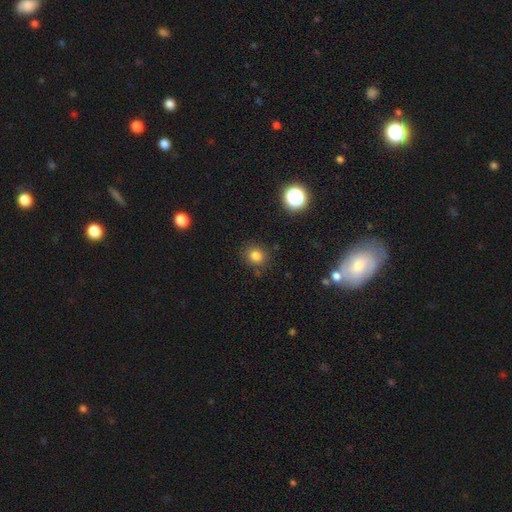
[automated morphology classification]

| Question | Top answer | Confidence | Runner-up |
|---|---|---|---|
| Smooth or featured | smooth | 80% | star or artifact (14%) |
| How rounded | round | 83% | in between (16%) |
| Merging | none | 85% | minor disturbance (9%) |